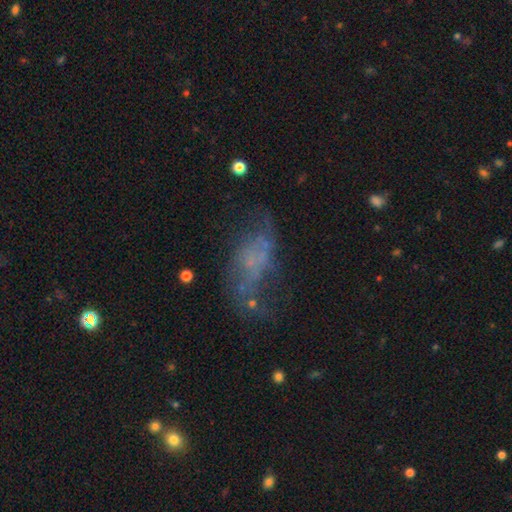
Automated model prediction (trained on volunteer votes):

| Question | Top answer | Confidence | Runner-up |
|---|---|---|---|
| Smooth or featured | featured or disk | 49% | smooth (33%) |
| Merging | none | 37% | major disturbance (34%) |